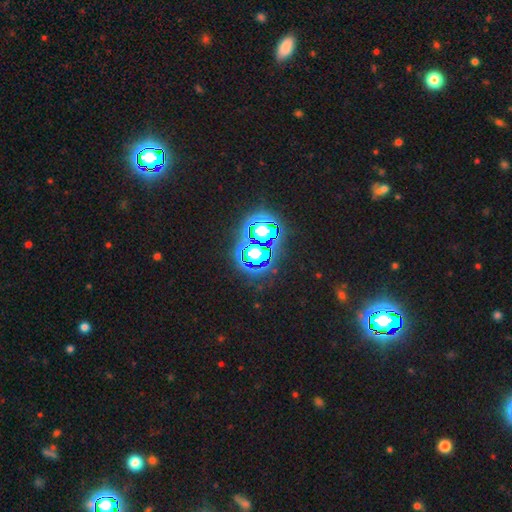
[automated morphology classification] This is likely a star or artifact rather than a galaxy (71%).